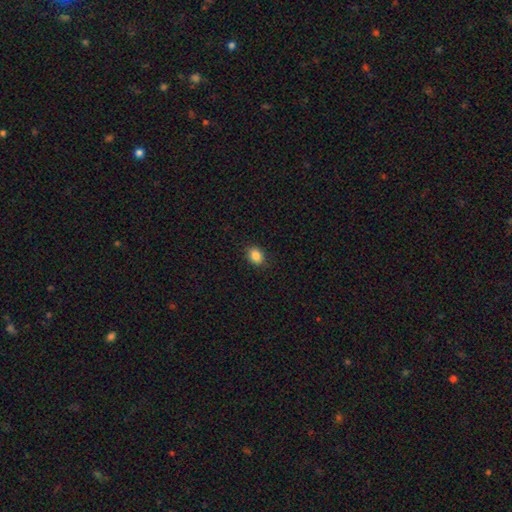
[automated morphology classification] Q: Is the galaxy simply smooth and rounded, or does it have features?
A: smooth — 86%.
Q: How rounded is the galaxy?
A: in between — 57%.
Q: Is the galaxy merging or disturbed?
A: none — 89%.